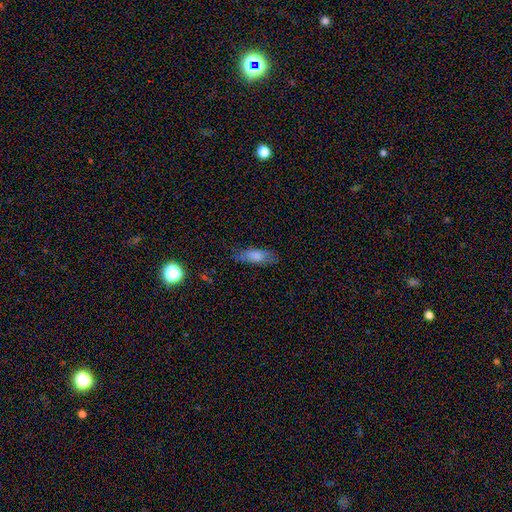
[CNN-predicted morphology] Overall: smooth (78%). How rounded: in between (66%; cigar-shaped 32%). Merging: none (73%).